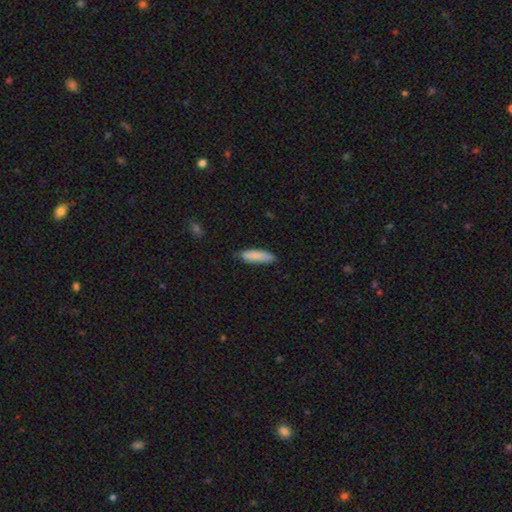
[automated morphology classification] smooth_or_featured: smooth (p=0.85) [alt: featured or disk p=0.09]
how_rounded: cigar-shaped (p=0.57) [alt: in between p=0.42]
merging: none (p=0.77) [alt: minor disturbance p=0.19]